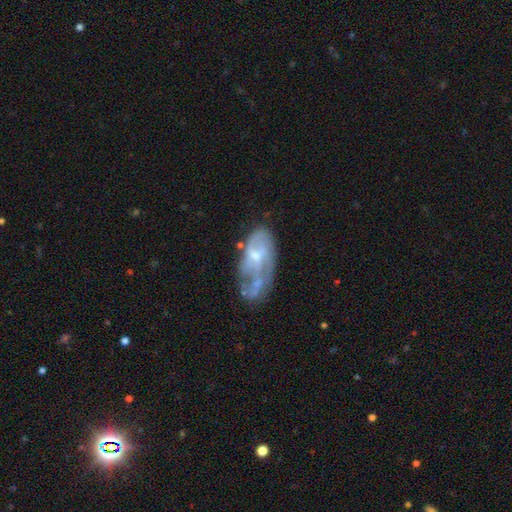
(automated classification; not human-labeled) A featured or disk galaxy (69%) with no bar (56%), spiral arms (64%) and a small central bulge (53%).

Vote fractions:
- Smooth or featured? featured or disk: 69% / smooth: 23% / star or artifact: 8%
- Edge-on disk? no: 94% / yes: 6%
- Bar? no: 56% / weak: 37% / strong: 7%
- Spiral arms? yes: 64% / no: 36%
- Bulge size? small: 53% / moderate: 33% / none: 11% / large: 2% / dominant: 1%
- Merging? none: 40% / minor disturbance: 27% / major disturbance: 26% / merger: 7%